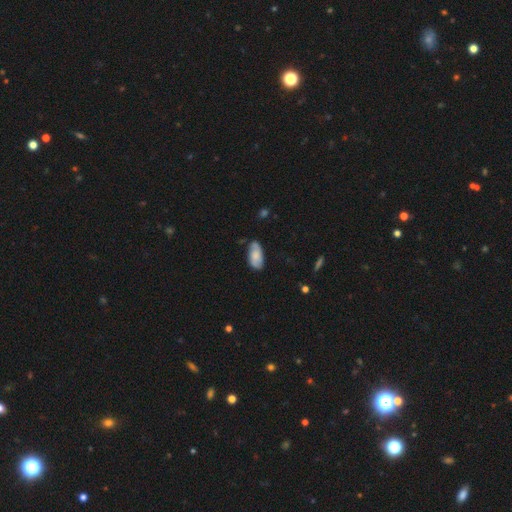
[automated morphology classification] This is likely a smooth galaxy (64%). How rounded: clearly in between (92%). Merging: likely none (71%).